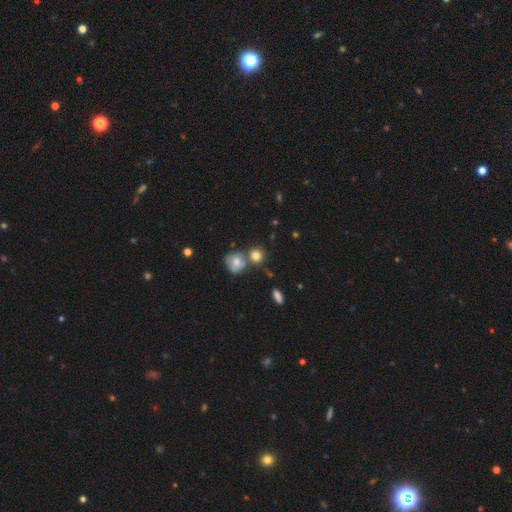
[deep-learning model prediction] This appears to be a smooth galaxy with no disk features (78%) that is round (84%). Merging: none (55%).